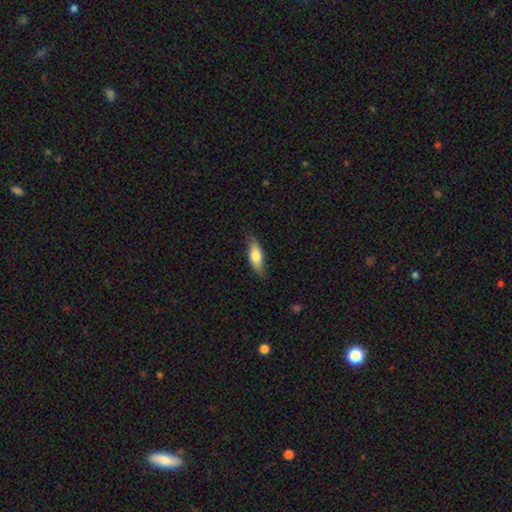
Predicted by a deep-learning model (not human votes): Overall: smooth (67%; featured or disk 27%). How rounded: in between (67%; cigar-shaped 30%). Merging: none (75%).